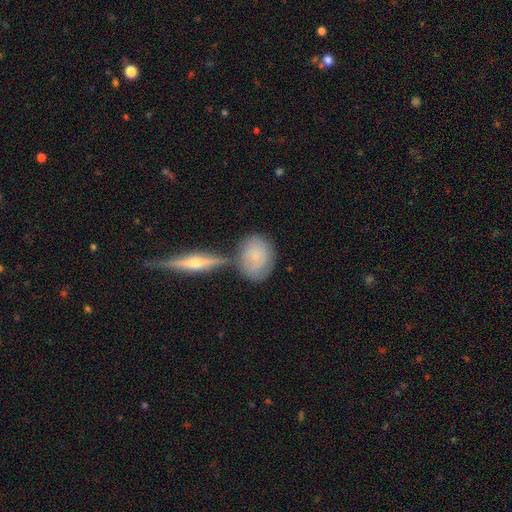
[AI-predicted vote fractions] A smooth galaxy with no disk features (61%) that is in between round and cigar-shaped (59%).

Vote fractions:
- Smooth or featured? smooth: 61% / featured or disk: 32% / star or artifact: 8%
- How rounded? in between: 59% / round: 38% / cigar-shaped: 4%
- Merging? none: 59% / merger: 20% / minor disturbance: 17% / major disturbance: 5%